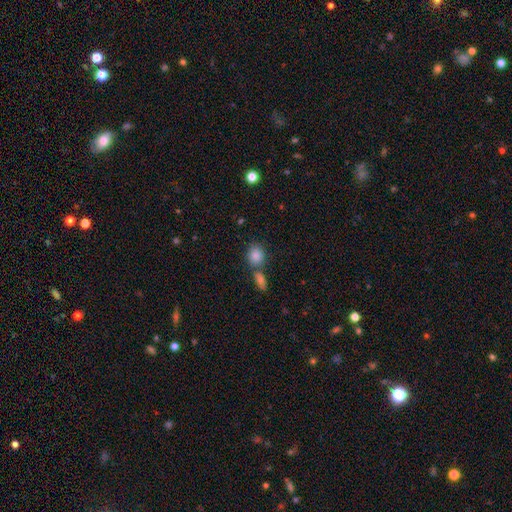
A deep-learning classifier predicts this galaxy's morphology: Overall: smooth (83%). How rounded: round (52%; in between 46%). Merging: none (55%; merger 32%).